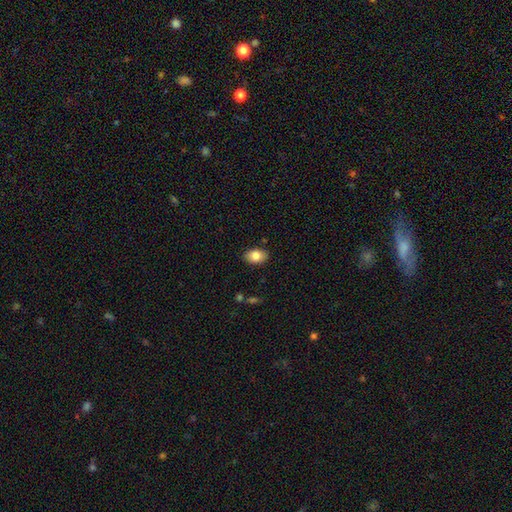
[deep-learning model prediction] Smooth or featured?
  - smooth: 82% *
  - featured or disk: 10%
  - star or artifact: 8%
How rounded?
  - in between: 88% *
  - round: 11%
  - cigar-shaped: 1%
Merging?
  - none: 86% *
  - minor disturbance: 10%
  - major disturbance: 2%
  - merger: 1%